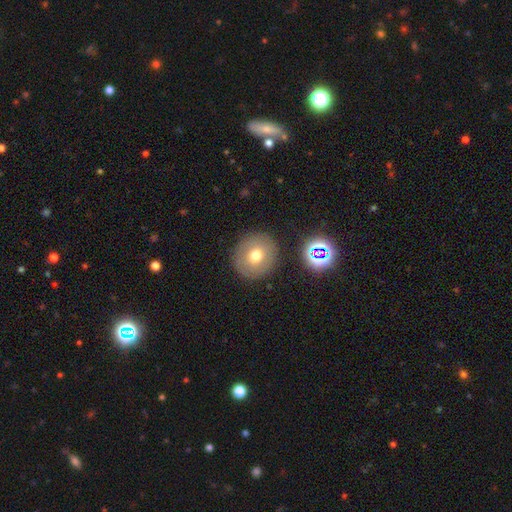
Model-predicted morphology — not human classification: Overall: smooth (67%). How rounded: round (87%). Merging: none (85%).